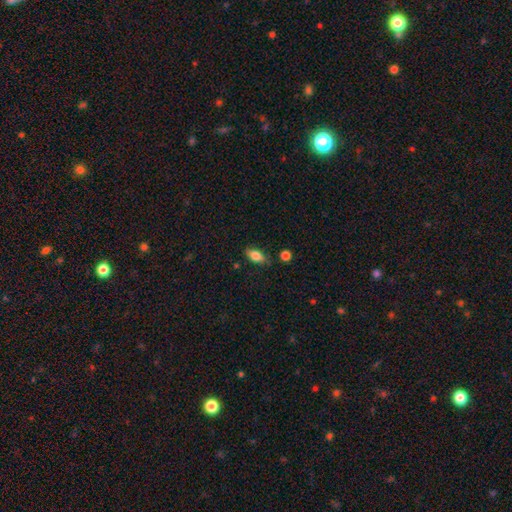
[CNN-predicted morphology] The model was most divided on "merging": none: 79%, minor disturbance: 15%, major disturbance: 3%, merger: 3%. More confident: how rounded — in between (85%); smooth or featured — smooth (79%).